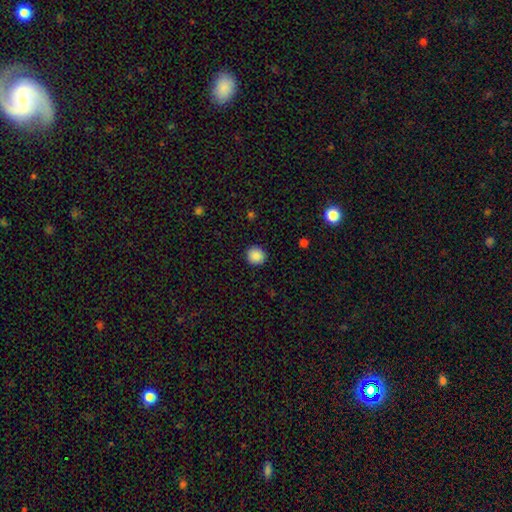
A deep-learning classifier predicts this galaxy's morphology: The model was most divided on "smooth or featured": smooth: 88%, star or artifact: 9%, featured or disk: 2%. More confident: how rounded — round (93%); merging — none (91%).